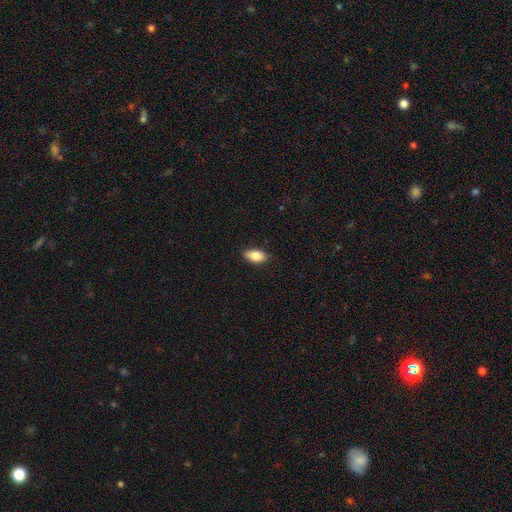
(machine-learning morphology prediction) Smooth or featured: smooth — 85% (featured or disk — 8%)
How rounded: in between — 91% (round — 4%)
Merging: none — 87% (minor disturbance — 11%)